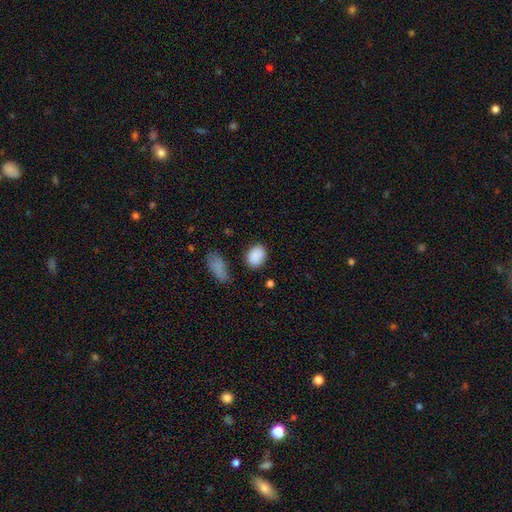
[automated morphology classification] A smooth galaxy with no disk features (88%) that is in between round and cigar-shaped (70%).

Vote fractions:
- Smooth or featured? smooth: 88% / star or artifact: 8% / featured or disk: 4%
- How rounded? in between: 70% / round: 29% / cigar-shaped: 1%
- Merging? none: 79% / minor disturbance: 14% / major disturbance: 4% / merger: 3%